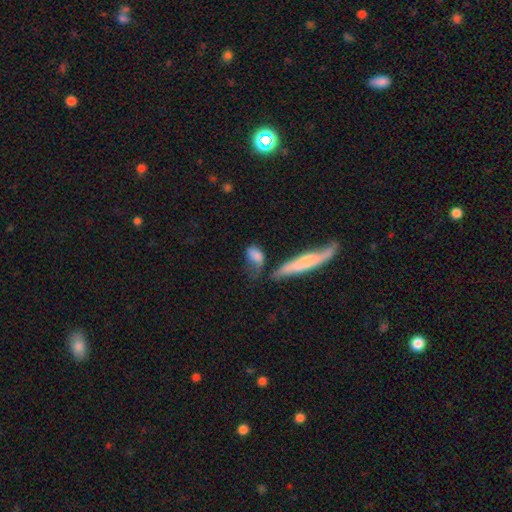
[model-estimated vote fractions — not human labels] Overall: smooth (74%). How rounded: in between (73%). Merging: none (34%; minor disturbance 25%).